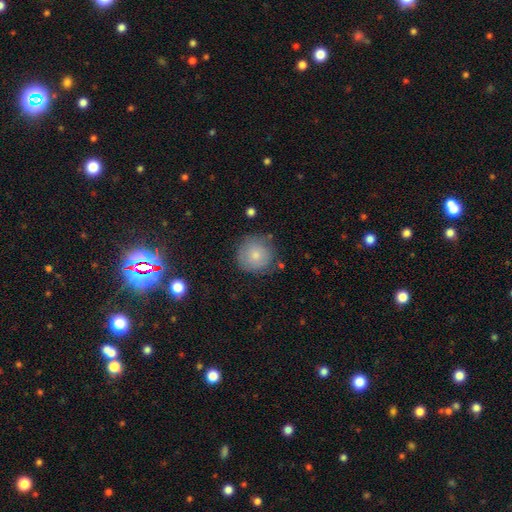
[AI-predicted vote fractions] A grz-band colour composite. It shows a smooth galaxy with no disk features (77%) that is round (95%). Merging: none (79%).